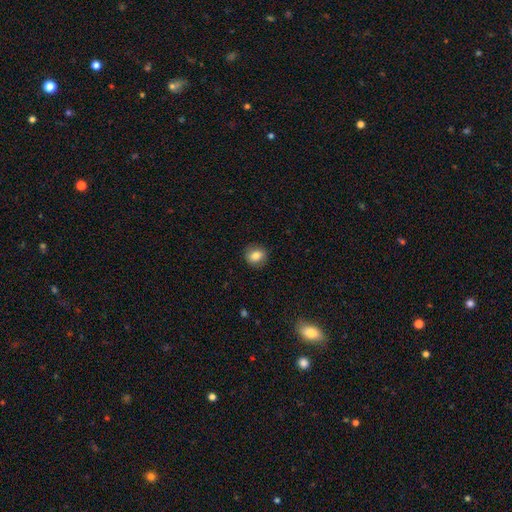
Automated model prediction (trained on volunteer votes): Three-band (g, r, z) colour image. It shows a smooth galaxy with no disk features (81%) that is round (71%). Merging: none (88%).